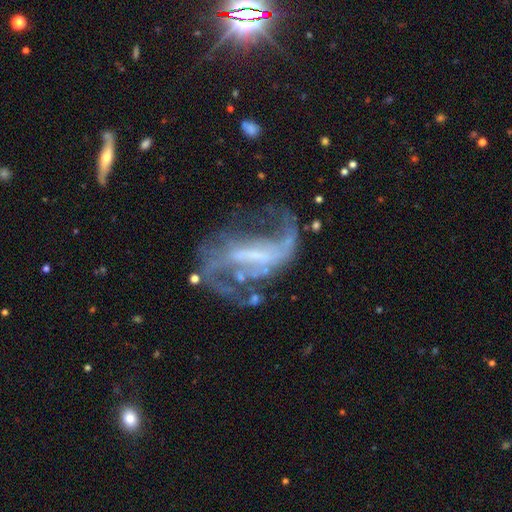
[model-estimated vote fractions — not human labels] Morphology: type=featured or disk (84%); edge-on=no (96%); bar=strong (53%); spiral arms=yes (86%); winding=loose (61%); arm count=2 (76%); bulge=none (52%); merging=none (46%).